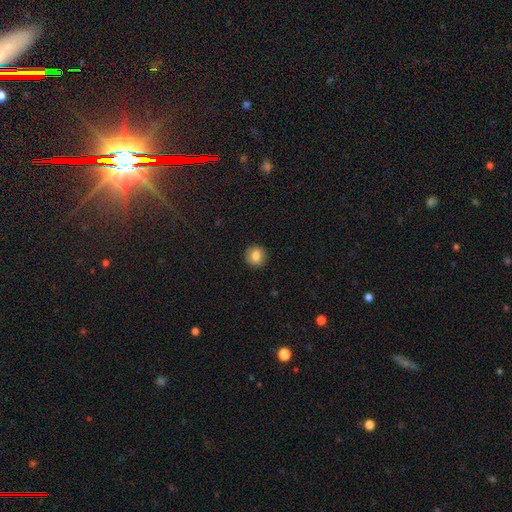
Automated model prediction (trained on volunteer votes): smooth 81%, featured or disk 10%, star or artifact 9%. Down the decision tree: how rounded — round (87%); merging — none (90%).